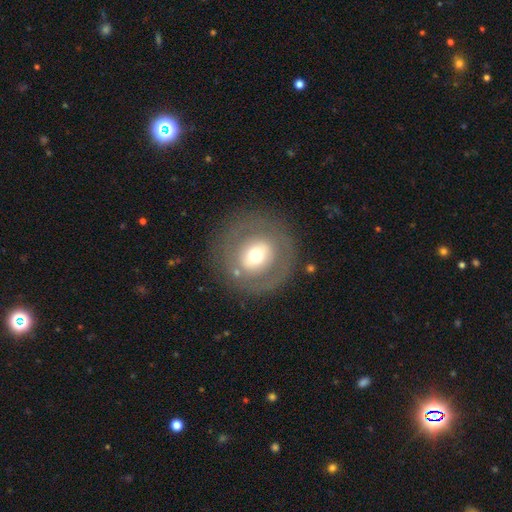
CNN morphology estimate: This is possibly a smooth galaxy (47%). Merging: clearly none (83%).